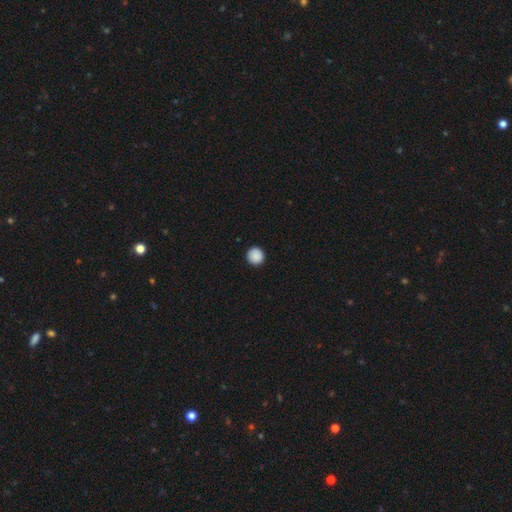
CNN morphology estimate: Overall: smooth (89%). How rounded: round (95%). Merging: none (92%).